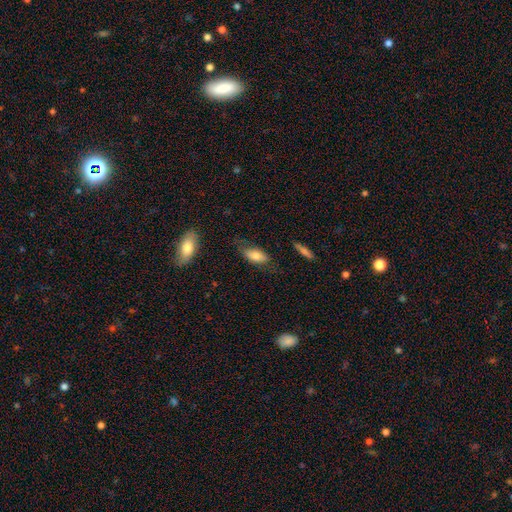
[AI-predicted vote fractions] Smooth or featured?
  - smooth: 75% *
  - featured or disk: 18%
  - star or artifact: 7%
How rounded?
  - in between: 84% *
  - cigar-shaped: 13%
  - round: 3%
Merging?
  - none: 63% *
  - minor disturbance: 26%
  - major disturbance: 8%
  - merger: 2%